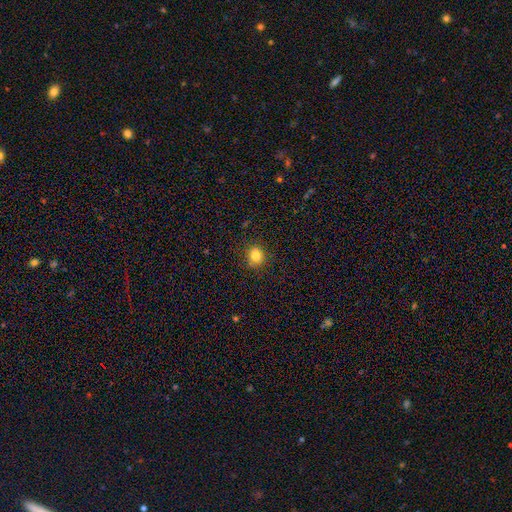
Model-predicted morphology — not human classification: A smooth galaxy with no disk features (80%) that is round (63%). Merging: none (84%).